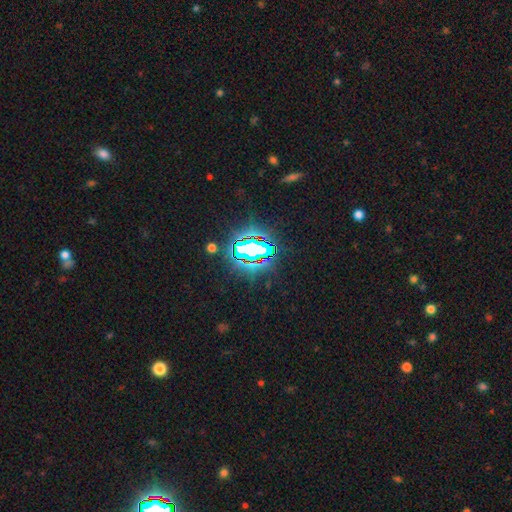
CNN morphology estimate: smooth_or_featured: star or artifact (p=0.83) [alt: smooth p=0.11]